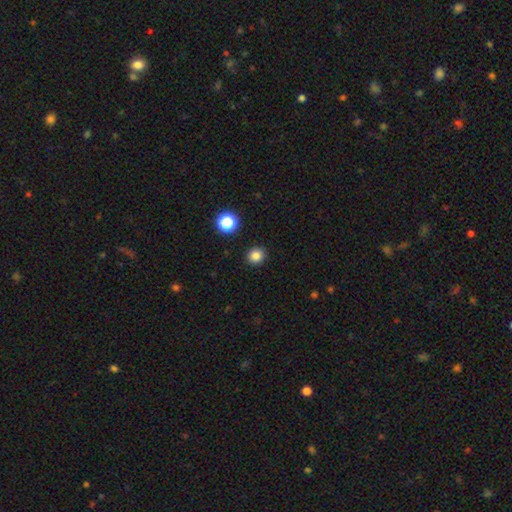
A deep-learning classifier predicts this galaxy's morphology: Smooth or featured?
  - smooth: 83% *
  - star or artifact: 13%
  - featured or disk: 4%
How rounded?
  - round: 86% *
  - in between: 13%
  - cigar-shaped: 1%
Merging?
  - none: 91% *
  - minor disturbance: 6%
  - major disturbance: 2%
  - merger: 1%